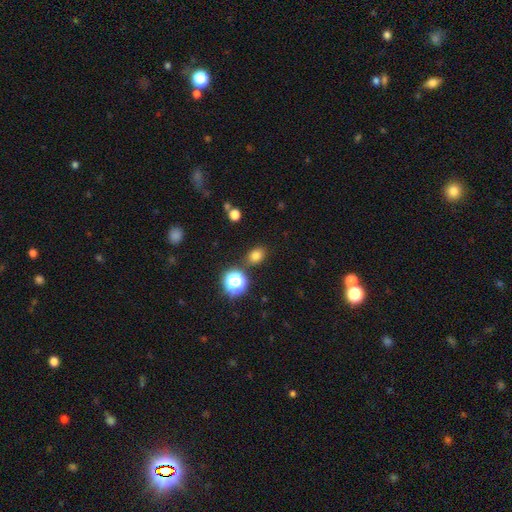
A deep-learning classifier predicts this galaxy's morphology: This is likely a smooth galaxy (77%). How rounded: possibly in between (54%). Merging: clearly none (82%).